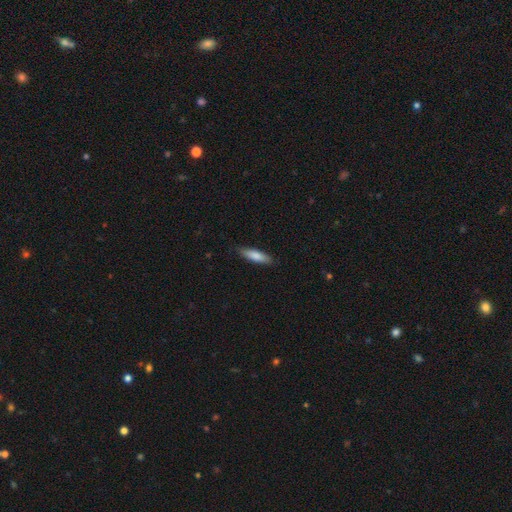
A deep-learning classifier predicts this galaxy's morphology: smooth 81%, featured or disk 14%, star or artifact 5%. Down the decision tree: how rounded — cigar-shaped (68%); merging — none (87%).